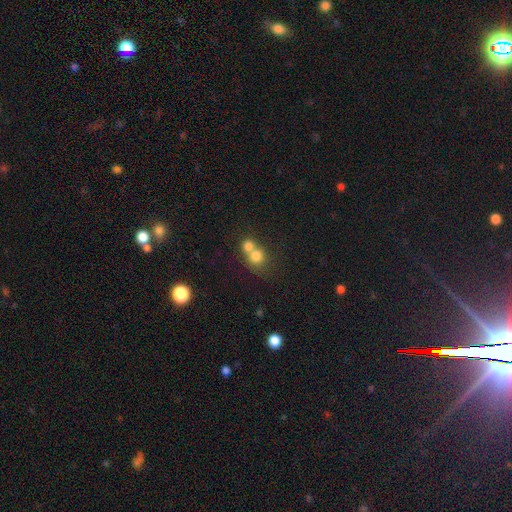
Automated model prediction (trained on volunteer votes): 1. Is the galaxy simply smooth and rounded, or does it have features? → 76% smooth, 13% featured or disk, 11% star or artifact.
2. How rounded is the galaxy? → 82% round, 17% in between, 1% cigar-shaped.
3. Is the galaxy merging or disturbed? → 62% merger, 30% none, 5% minor disturbance, 3% major disturbance.